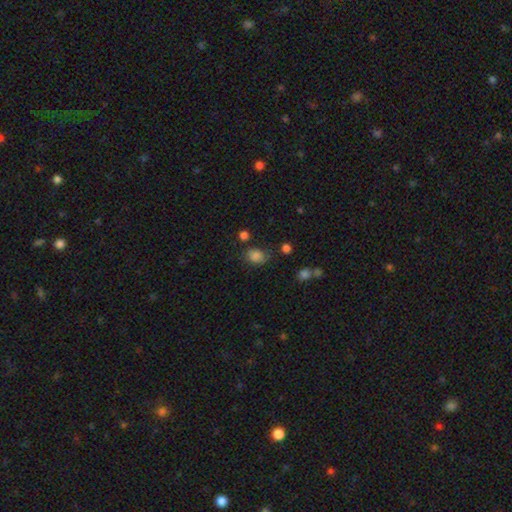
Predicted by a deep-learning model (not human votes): Smooth or featured?
  - smooth: 80% *
  - star or artifact: 13%
  - featured or disk: 7%
How rounded?
  - in between: 53% *
  - round: 46%
  - cigar-shaped: 1%
Merging?
  - none: 63% *
  - minor disturbance: 24%
  - major disturbance: 8%
  - merger: 5%